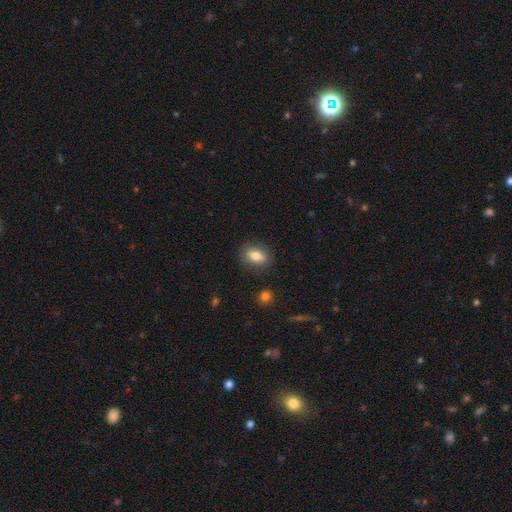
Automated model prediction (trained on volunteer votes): This is clearly a smooth galaxy (80%). How rounded: clearly in between (82%). Merging: clearly none (85%).